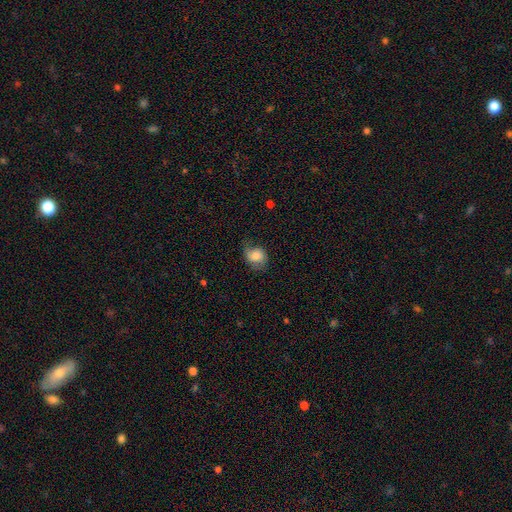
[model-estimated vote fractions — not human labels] Overall: smooth (70%). How rounded: round (55%; in between 44%). Merging: none (51%; minor disturbance 32%).